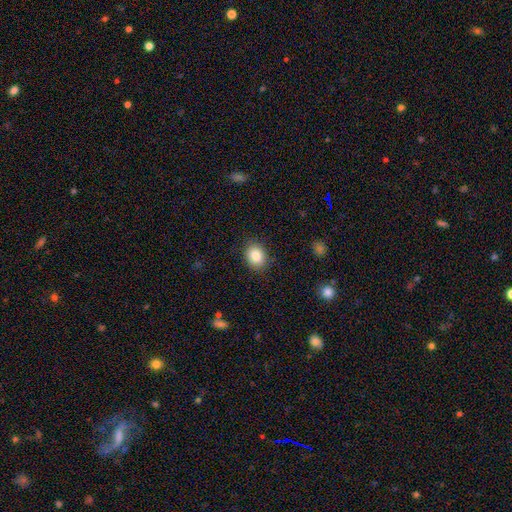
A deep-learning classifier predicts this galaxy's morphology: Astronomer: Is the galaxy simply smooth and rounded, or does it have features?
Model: smooth — 86%.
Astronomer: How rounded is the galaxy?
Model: in between — 50% (runner-up: round, 49%).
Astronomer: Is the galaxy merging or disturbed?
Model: none — 87%.